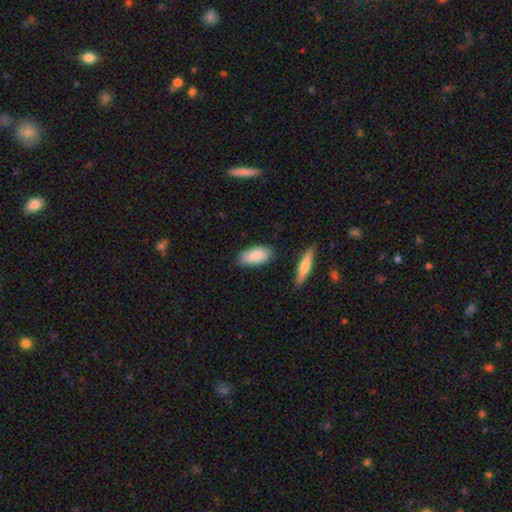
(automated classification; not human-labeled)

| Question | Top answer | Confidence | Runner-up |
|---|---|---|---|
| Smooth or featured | smooth | 85% | featured or disk (9%) |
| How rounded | in between | 88% | cigar-shaped (10%) |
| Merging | none | 78% | minor disturbance (15%) |